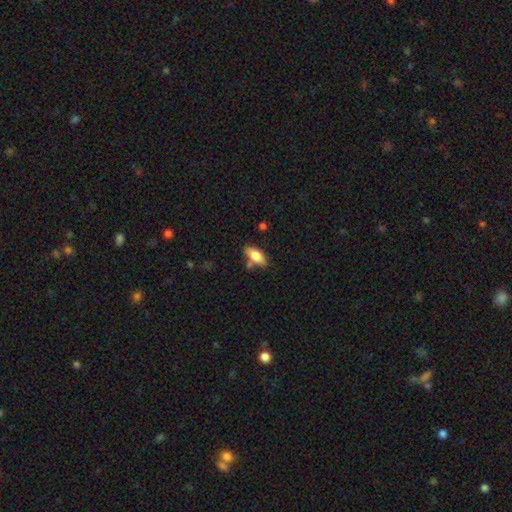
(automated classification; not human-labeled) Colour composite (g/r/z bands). It shows a smooth galaxy with no disk features (79%) that is in between round and cigar-shaped (87%). Merging: none (71%).